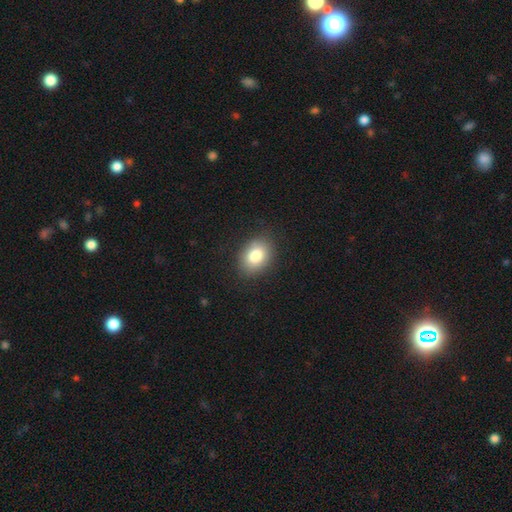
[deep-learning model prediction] Q: Smooth or featured?
A: smooth (81%); runner-up: featured or disk (10%)
Q: How rounded?
A: in between (70%); runner-up: round (29%)
Q: Merging?
A: none (85%); runner-up: minor disturbance (11%)